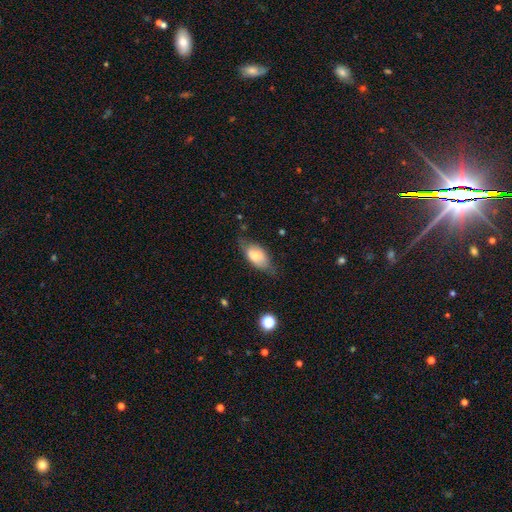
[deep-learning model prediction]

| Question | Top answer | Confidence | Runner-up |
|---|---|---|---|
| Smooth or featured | smooth | 69% | featured or disk (24%) |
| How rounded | in between | 89% | cigar-shaped (6%) |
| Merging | none | 61% | minor disturbance (28%) |